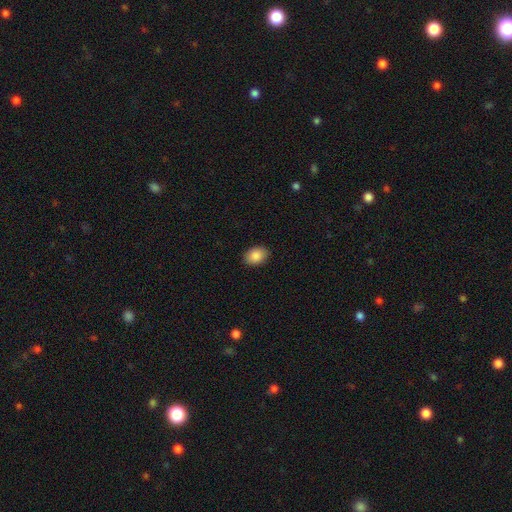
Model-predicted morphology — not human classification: This appears to be a smooth galaxy with no disk features (87%) that is in between round and cigar-shaped (76%). Merging: none (90%).